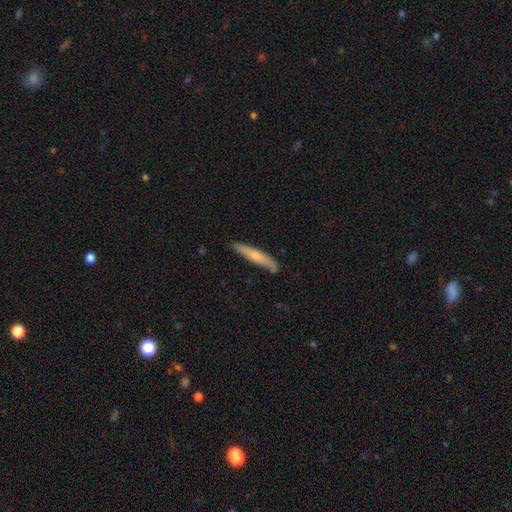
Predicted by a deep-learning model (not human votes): Smooth or featured? Predicted: smooth (p=0.59). How rounded? Predicted: cigar-shaped (p=0.91). Merging? Predicted: none (p=0.83).